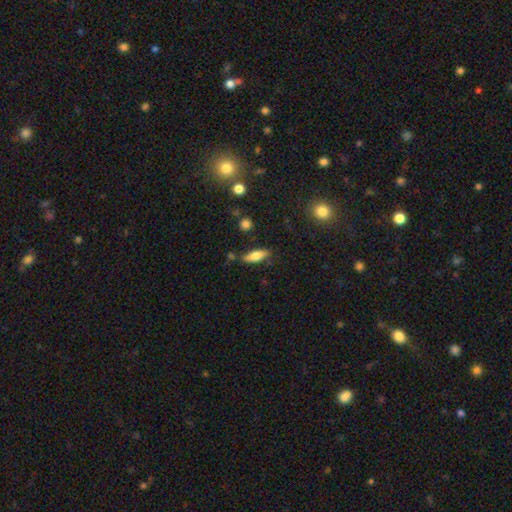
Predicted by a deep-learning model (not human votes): Smooth or featured? Predicted: smooth (p=0.70). How rounded? Predicted: in between (p=0.60). Merging? Predicted: none (p=0.78).